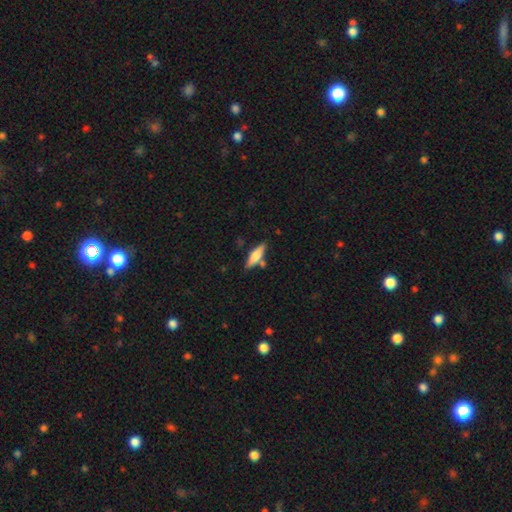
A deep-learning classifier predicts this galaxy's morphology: Q: Smooth or featured?
A: smooth (65%); runner-up: featured or disk (29%)
Q: How rounded?
A: cigar-shaped (62%); runner-up: in between (36%)
Q: Merging?
A: none (74%); runner-up: minor disturbance (13%)